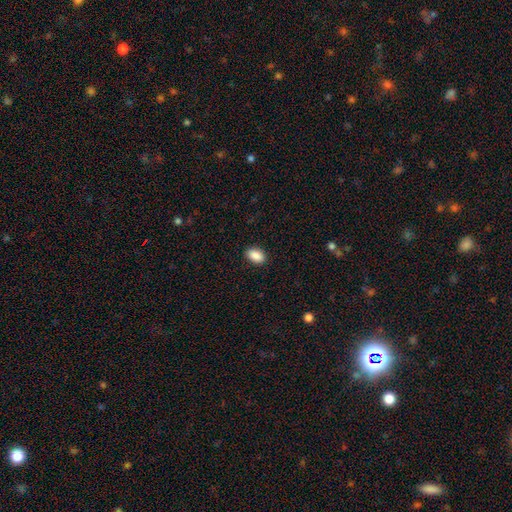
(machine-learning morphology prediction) Smooth or featured?
  - smooth: 90% *
  - star or artifact: 7%
  - featured or disk: 3%
How rounded?
  - in between: 90% *
  - round: 8%
  - cigar-shaped: 2%
Merging?
  - none: 89% *
  - minor disturbance: 8%
  - major disturbance: 2%
  - merger: 1%